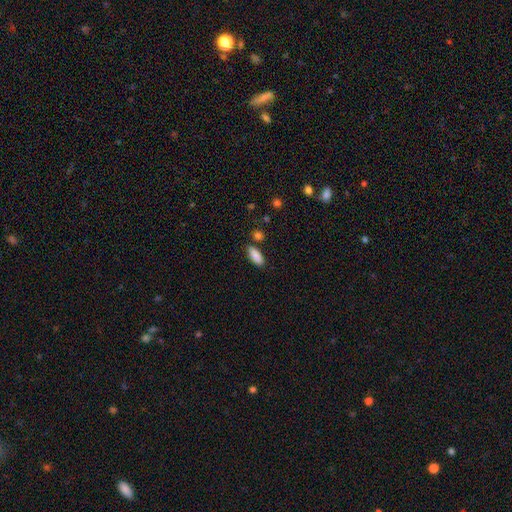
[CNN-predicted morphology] This appears to be a smooth galaxy with no disk features (89%) that is in between round and cigar-shaped (77%). Merging: none (81%).